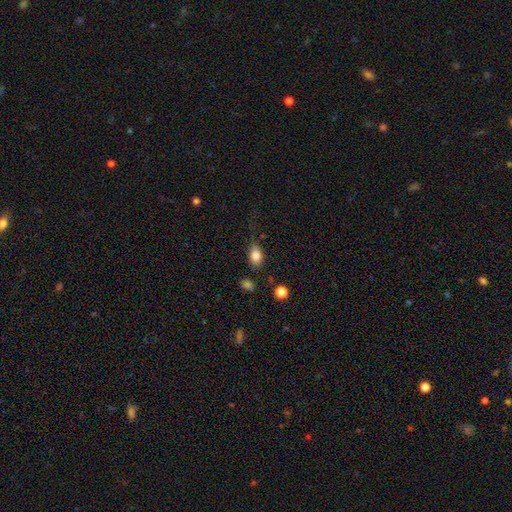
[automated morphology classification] Smooth or featured? smooth (83%)
How rounded? in between (80%)
Merging? none (63%)